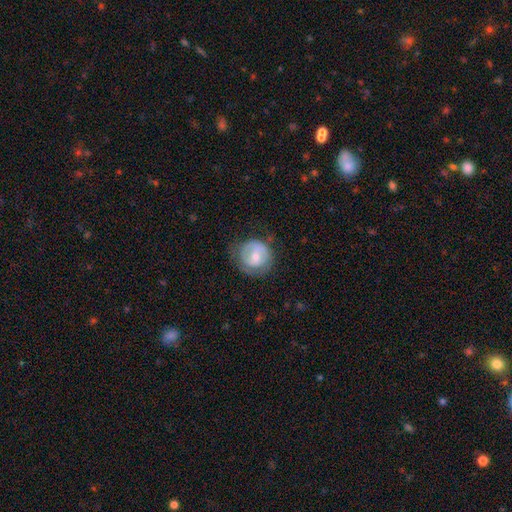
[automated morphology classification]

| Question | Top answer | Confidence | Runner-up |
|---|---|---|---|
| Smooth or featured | featured or disk | 48% | smooth (46%) |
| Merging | none | 62% | minor disturbance (24%) |